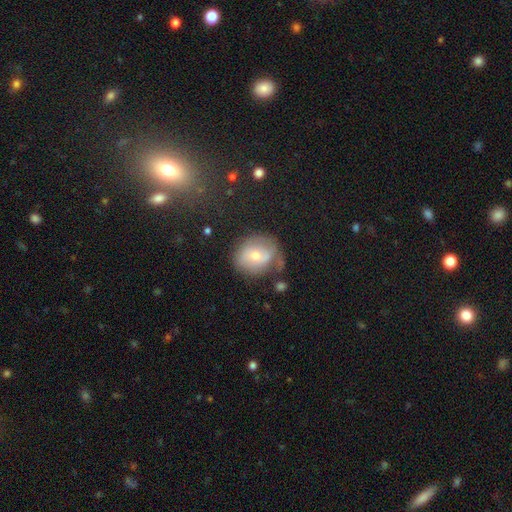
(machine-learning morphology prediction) Smooth or featured?
  - smooth: 56% *
  - featured or disk: 35%
  - star or artifact: 9%
How rounded?
  - round: 68% *
  - in between: 31%
  - cigar-shaped: 1%
Merging?
  - none: 55% *
  - minor disturbance: 26%
  - major disturbance: 13%
  - merger: 6%